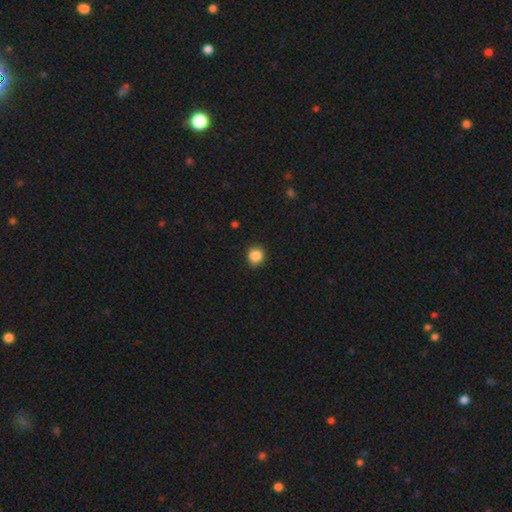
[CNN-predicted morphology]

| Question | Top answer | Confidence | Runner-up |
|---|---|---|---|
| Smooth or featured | smooth | 87% | star or artifact (10%) |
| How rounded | round | 88% | in between (11%) |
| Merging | none | 87% | minor disturbance (10%) |